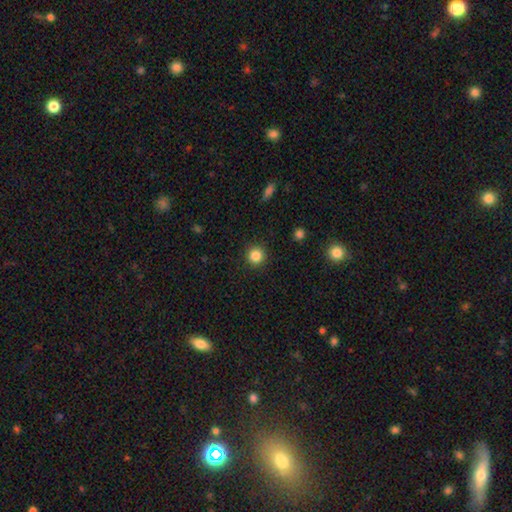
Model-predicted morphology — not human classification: The model was most divided on "smooth or featured": smooth: 85%, star or artifact: 11%, featured or disk: 4%. More confident: how rounded — round (95%); merging — none (92%).